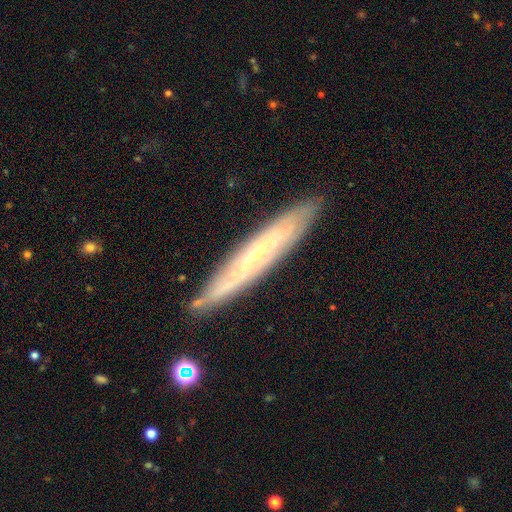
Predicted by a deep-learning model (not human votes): smooth-or-featured: featured or disk: 63% | smooth: 30% | star or artifact: 7%
  disk-edge-on: yes: 67% | no: 33%
  merging: none: 84% | minor disturbance: 12% | major disturbance: 2% | merger: 2%